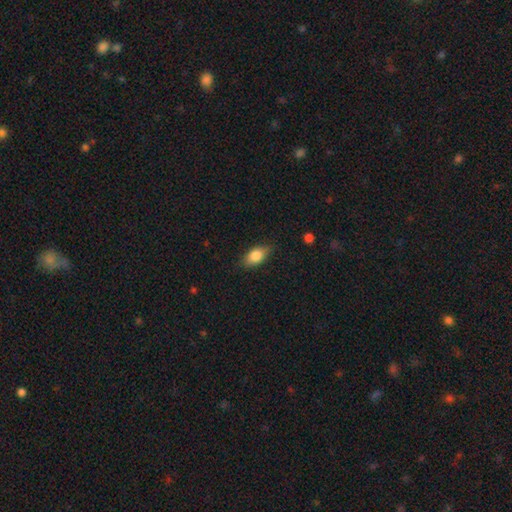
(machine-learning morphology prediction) Smooth or featured?
  - smooth: 80% *
  - featured or disk: 12%
  - star or artifact: 7%
How rounded?
  - in between: 86% *
  - round: 8%
  - cigar-shaped: 7%
Merging?
  - none: 79% *
  - minor disturbance: 16%
  - major disturbance: 3%
  - merger: 1%